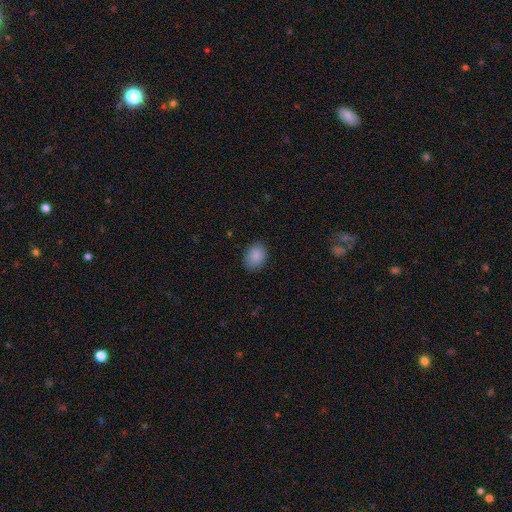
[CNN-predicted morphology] smooth 88%, star or artifact 8%, featured or disk 4%. Down the decision tree: how rounded — in between (68%); merging — none (85%).